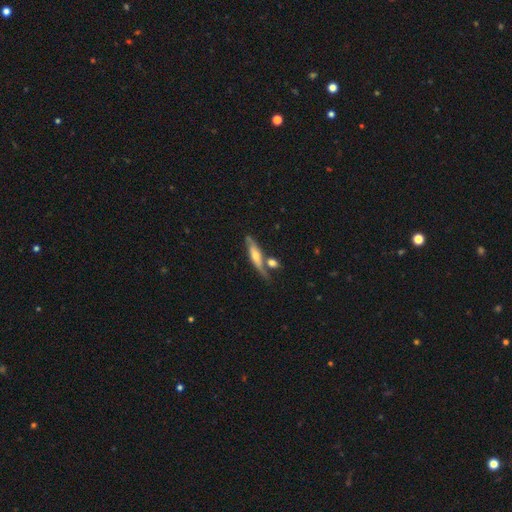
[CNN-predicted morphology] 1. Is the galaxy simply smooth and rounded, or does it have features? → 56% featured or disk, 38% smooth, 6% star or artifact.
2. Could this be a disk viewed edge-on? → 74% yes, 26% no.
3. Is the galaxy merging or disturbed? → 56% none, 21% merger, 17% minor disturbance, 6% major disturbance.